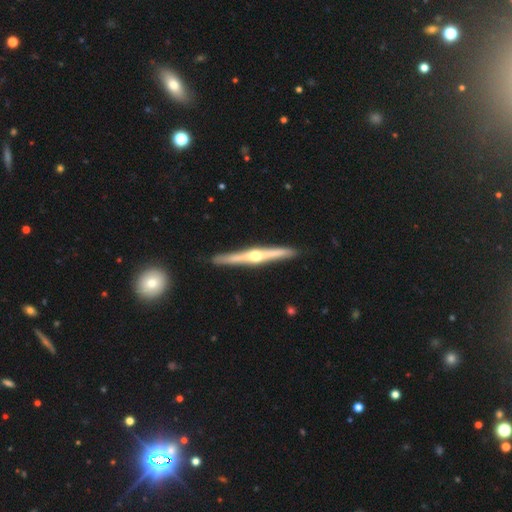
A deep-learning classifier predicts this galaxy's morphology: Smooth or featured? featured or disk (79%)
Edge-on disk? yes (98%)
Edge-on bulge? rounded (95%)
Merging? none (91%)